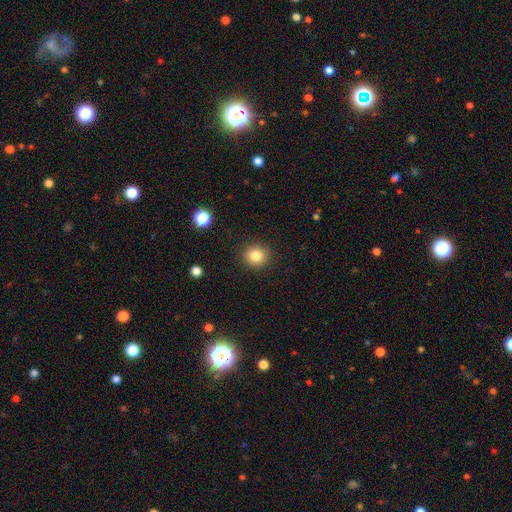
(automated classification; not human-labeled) A smooth galaxy with no disk features (84%) that is round (88%). Merging: none (90%).